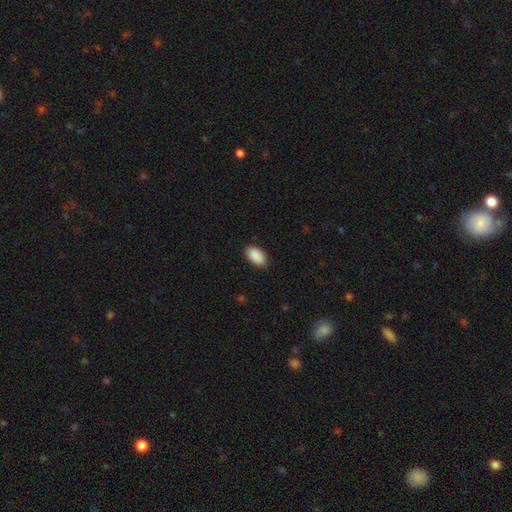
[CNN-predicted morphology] smooth 91%, star or artifact 6%, featured or disk 3%. Down the decision tree: how rounded — in between (95%); merging — none (87%).